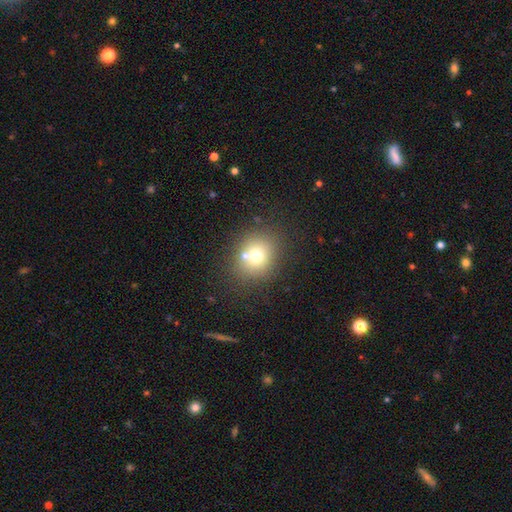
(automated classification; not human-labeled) smooth 69%, featured or disk 16%, star or artifact 15%. Down the decision tree: how rounded — round (73%); merging — none (69%).